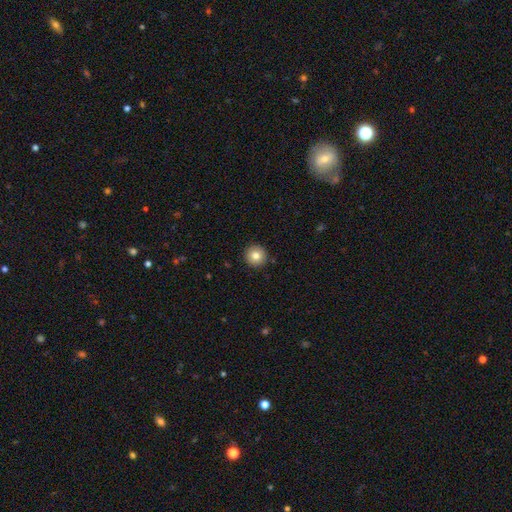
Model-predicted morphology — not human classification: type=smooth (81%); roundness=round (95%); merging=none (92%).